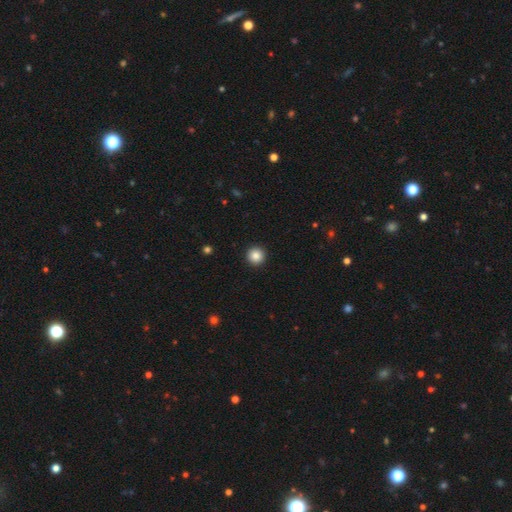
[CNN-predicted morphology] This appears to be a smooth galaxy with no disk features (87%) that is round (96%). Merging: none (93%).